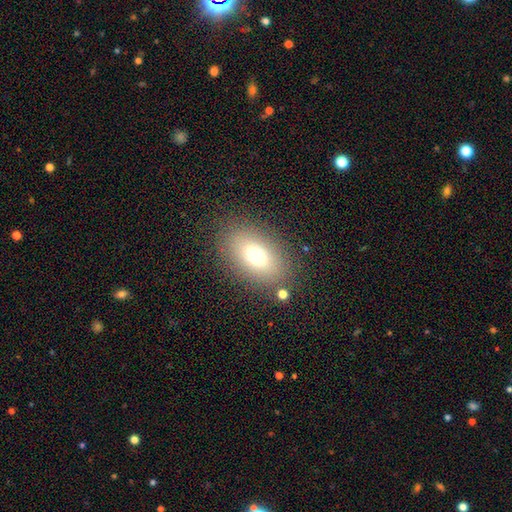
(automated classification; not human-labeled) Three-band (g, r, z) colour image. It shows a smooth galaxy with no disk features (70%) that is in between round and cigar-shaped (81%). Merging: none (82%).